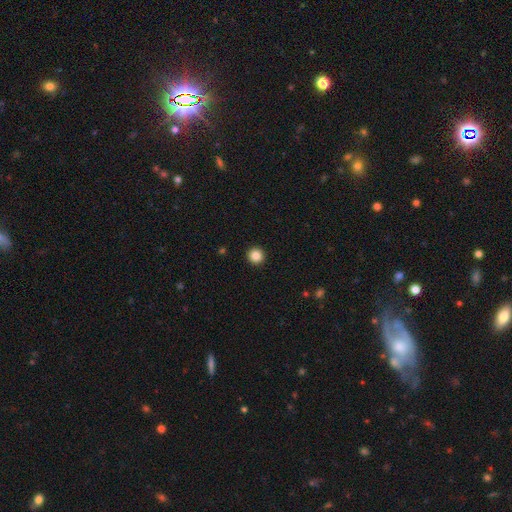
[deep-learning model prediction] Q: Smooth or featured?
A: smooth (86%); runner-up: star or artifact (10%)
Q: How rounded?
A: round (96%); runner-up: in between (3%)
Q: Merging?
A: none (94%); runner-up: minor disturbance (4%)